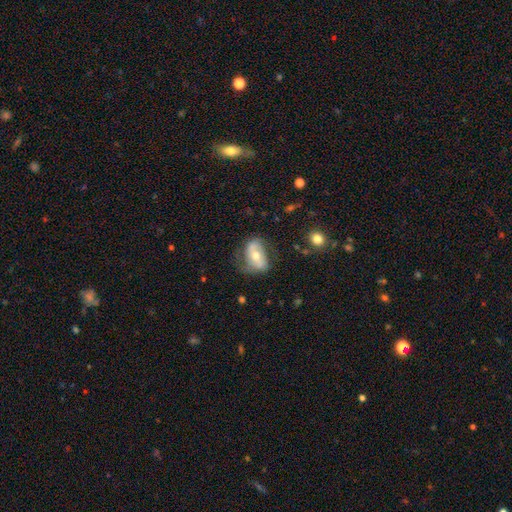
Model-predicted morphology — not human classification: Smooth or featured: featured or disk — 54% (smooth — 38%)
Edge-on disk: no — 92% (yes — 8%)
Merging: none — 52% (minor disturbance — 29%)